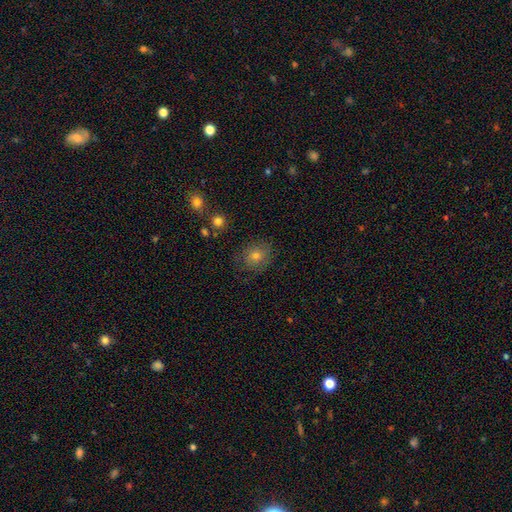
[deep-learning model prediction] Morphology: type=smooth (60%); roundness=round (68%); merging=none (81%).